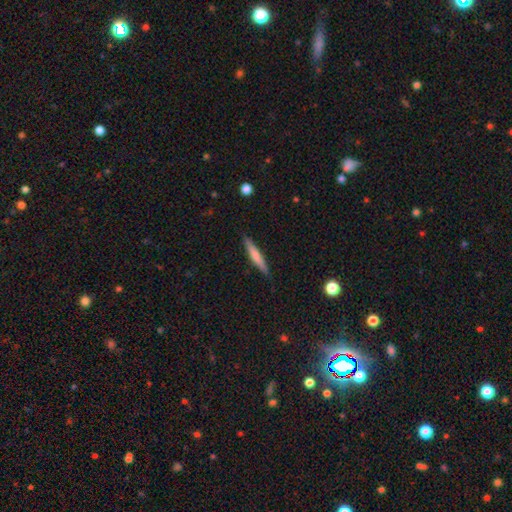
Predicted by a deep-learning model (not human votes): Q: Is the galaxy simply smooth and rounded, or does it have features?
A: smooth — 63%.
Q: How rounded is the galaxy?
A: cigar-shaped — 94%.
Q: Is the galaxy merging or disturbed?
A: none — 89%.